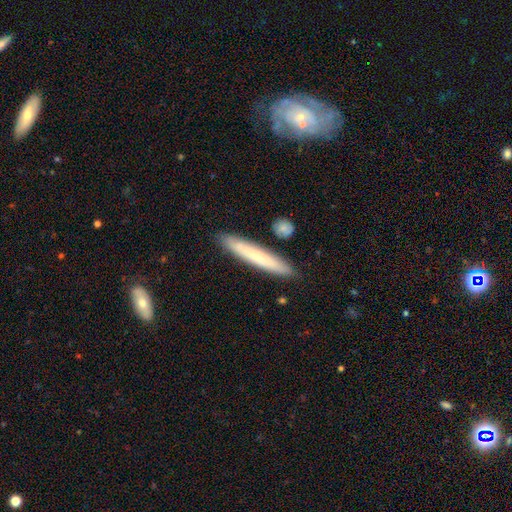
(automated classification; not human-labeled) smooth-or-featured: smooth: 62% | featured or disk: 32% | star or artifact: 6%
  how-rounded: cigar-shaped: 94% | in between: 4% | round: 1%
  merging: none: 87% | minor disturbance: 8% | merger: 3% | major disturbance: 2%